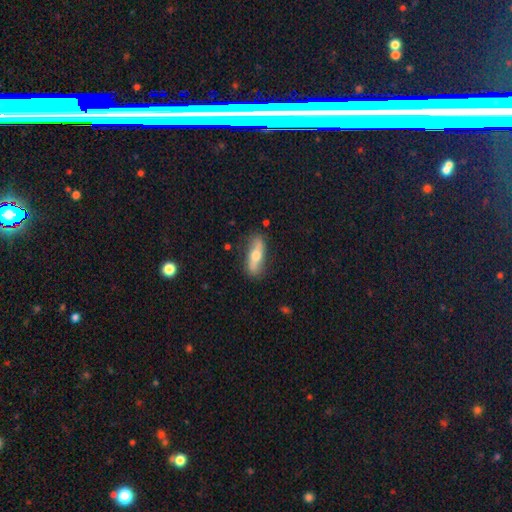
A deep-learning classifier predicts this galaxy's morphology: Smooth or featured? smooth (47%)
Merging? none (81%)